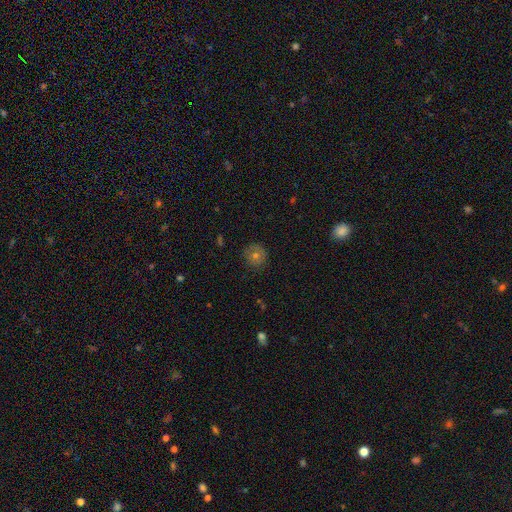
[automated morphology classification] Q: Smooth or featured?
A: smooth (59%); runner-up: featured or disk (24%)
Q: How rounded?
A: round (92%); runner-up: in between (7%)
Q: Merging?
A: none (84%); runner-up: minor disturbance (11%)